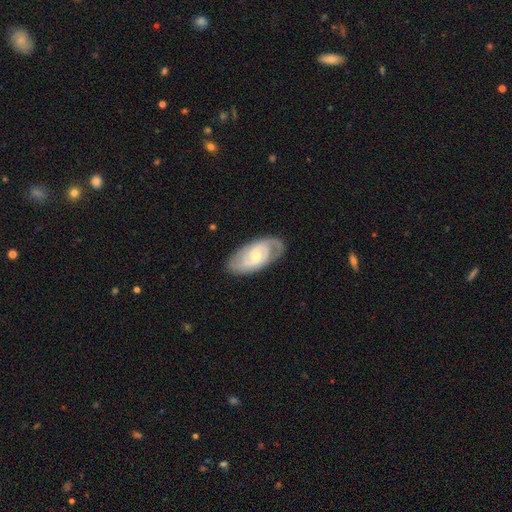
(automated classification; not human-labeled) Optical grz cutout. It shows a featured or disk galaxy (76%) with no bar (61%), 2 (59%) tight (53%) spiral arms (86%) and a moderate central bulge (50%). Merging: none (78%).